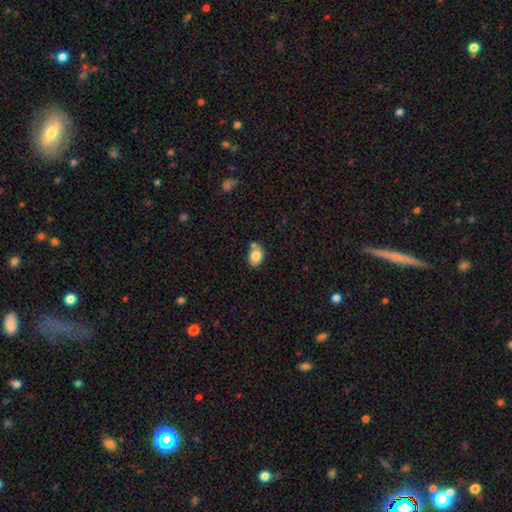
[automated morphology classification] Smooth or featured? Predicted: smooth (p=0.83). How rounded? Predicted: in between (p=0.71). Merging? Predicted: none (p=0.61).